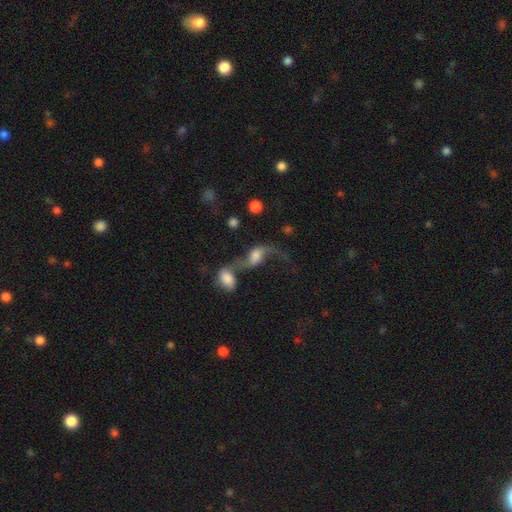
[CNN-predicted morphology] featured or disk 62%, smooth 28%, star or artifact 10%. Down the decision tree: edge-on disk — no (91%); bar — no (55%); spiral arms — yes (84%); bulge size — moderate (34%); merging — merger (50%).